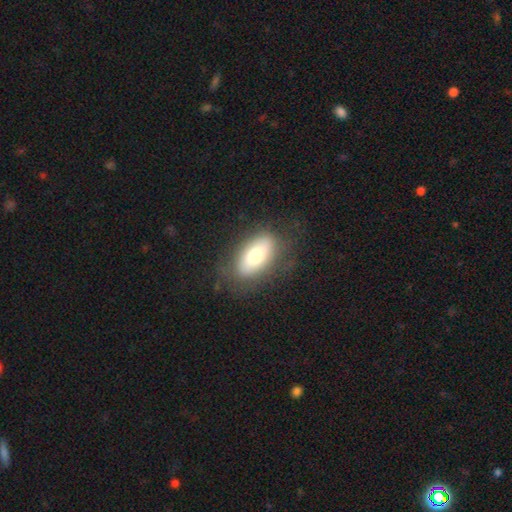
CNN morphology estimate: Smooth or featured?
  - smooth: 69% *
  - featured or disk: 23%
  - star or artifact: 7%
How rounded?
  - in between: 89% *
  - cigar-shaped: 6%
  - round: 5%
Merging?
  - none: 76% *
  - minor disturbance: 15%
  - major disturbance: 7%
  - merger: 1%